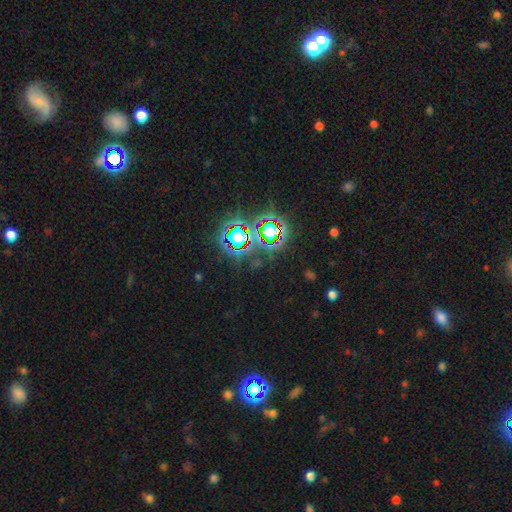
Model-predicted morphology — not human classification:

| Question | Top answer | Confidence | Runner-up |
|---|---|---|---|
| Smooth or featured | star or artifact | 76% | smooth (17%) |